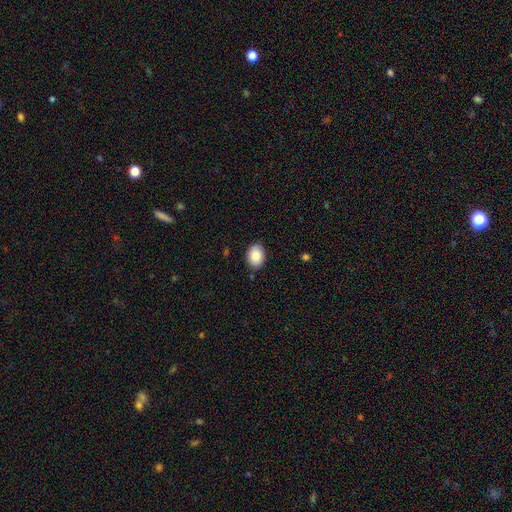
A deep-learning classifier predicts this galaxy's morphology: The model was most divided on "how rounded": in between: 77%, round: 22%, cigar-shaped: 1%. More confident: merging — none (87%); smooth or featured — smooth (87%).